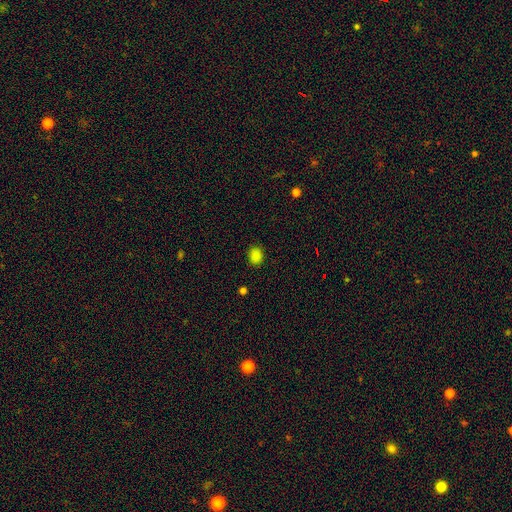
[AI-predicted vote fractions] smooth-or-featured: smooth: 84% | star or artifact: 13% | featured or disk: 3%
  how-rounded: round: 57% | in between: 43% | cigar-shaped: 1%
  merging: none: 88% | minor disturbance: 9% | major disturbance: 2% | merger: 1%